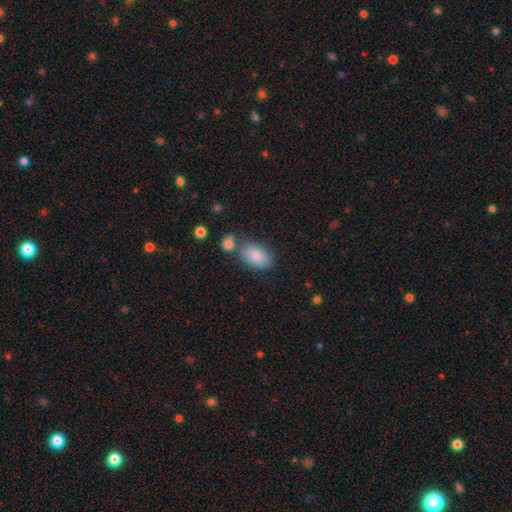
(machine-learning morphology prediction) Smooth or featured?
  - smooth: 85% *
  - featured or disk: 8%
  - star or artifact: 7%
How rounded?
  - in between: 91% *
  - round: 7%
  - cigar-shaped: 1%
Merging?
  - none: 62% *
  - merger: 16%
  - minor disturbance: 16%
  - major disturbance: 5%